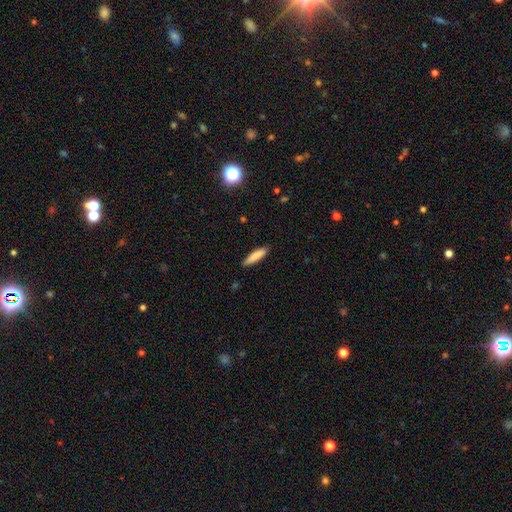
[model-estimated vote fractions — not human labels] Smooth or featured: smooth — 83% (featured or disk — 10%)
How rounded: cigar-shaped — 80% (in between — 18%)
Merging: none — 87% (minor disturbance — 10%)